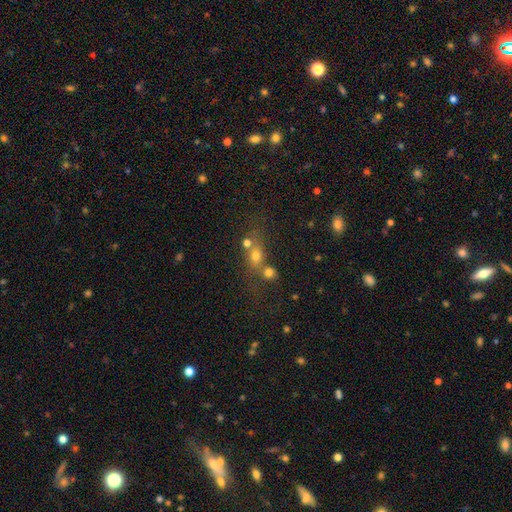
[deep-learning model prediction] A smooth galaxy with no disk features (61%) that is round (57%).

Vote fractions:
- Smooth or featured? smooth: 61% / star or artifact: 22% / featured or disk: 17%
- How rounded? round: 57% / in between: 37% / cigar-shaped: 6%
- Merging? merger: 43% / none: 41% / minor disturbance: 10% / major disturbance: 7%